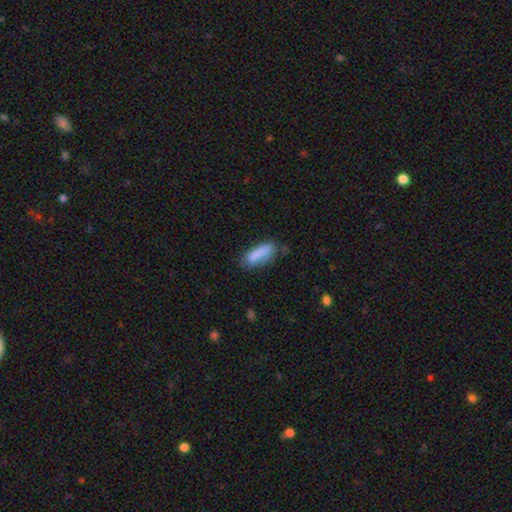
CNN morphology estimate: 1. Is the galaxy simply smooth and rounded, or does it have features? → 82% smooth, 10% featured or disk, 8% star or artifact.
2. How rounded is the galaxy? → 50% cigar-shaped, 48% in between, 2% round.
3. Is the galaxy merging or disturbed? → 64% none, 25% minor disturbance, 7% major disturbance, 5% merger.